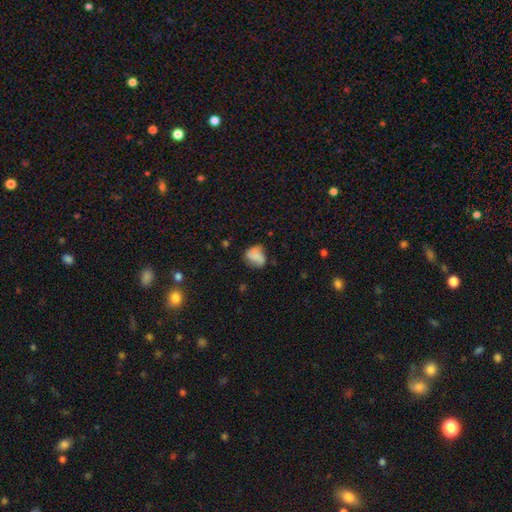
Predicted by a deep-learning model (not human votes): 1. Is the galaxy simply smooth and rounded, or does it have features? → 70% smooth, 20% featured or disk, 10% star or artifact.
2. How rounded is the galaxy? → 54% in between, 45% round, 1% cigar-shaped.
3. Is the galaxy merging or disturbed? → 53% none, 31% minor disturbance, 12% major disturbance, 3% merger.